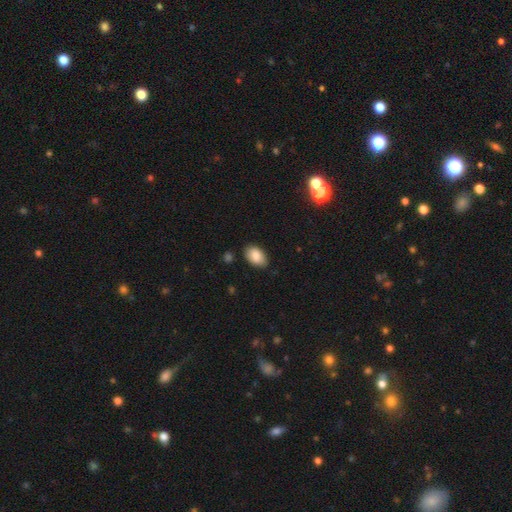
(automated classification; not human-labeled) Overall: smooth (87%). How rounded: in between (92%). Merging: none (81%).